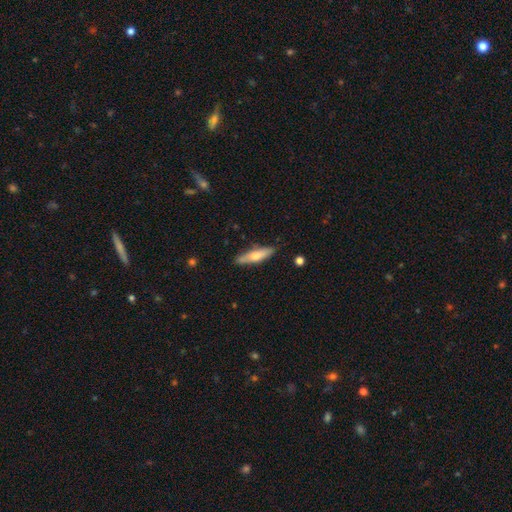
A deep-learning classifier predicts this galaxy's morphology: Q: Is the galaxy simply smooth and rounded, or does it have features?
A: smooth — 57%.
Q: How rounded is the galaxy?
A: cigar-shaped — 71%.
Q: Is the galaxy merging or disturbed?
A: none — 85%.